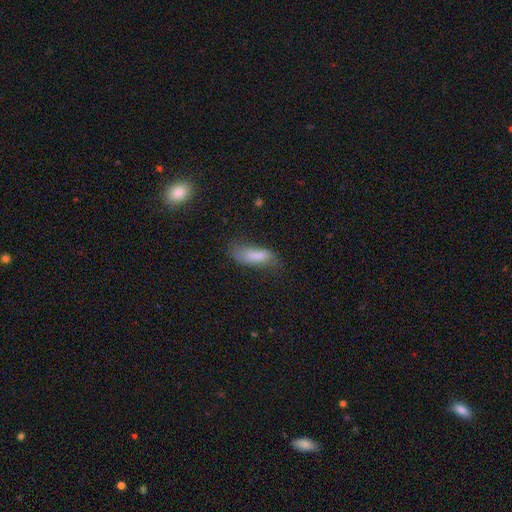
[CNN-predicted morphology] This appears to be a smooth galaxy with no disk features (73%) that is in between round and cigar-shaped (67%). Merging: none (47%).